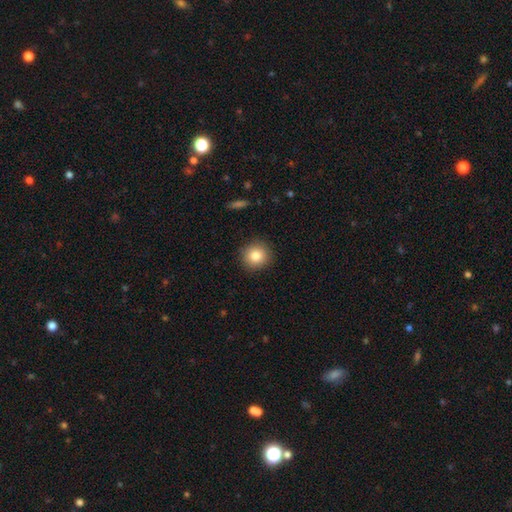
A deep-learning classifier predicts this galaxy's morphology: A smooth galaxy with no disk features (83%) that is round (92%).

Vote fractions:
- Smooth or featured? smooth: 83% / star or artifact: 9% / featured or disk: 7%
- How rounded? round: 92% / in between: 7% / cigar-shaped: 1%
- Merging? none: 91% / minor disturbance: 6% / major disturbance: 2% / merger: 1%